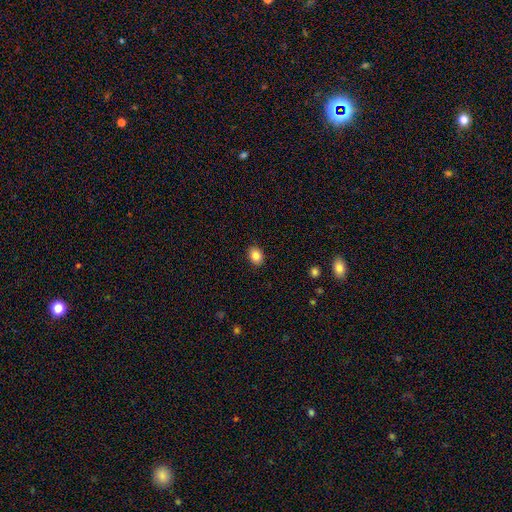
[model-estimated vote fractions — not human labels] A smooth galaxy with no disk features (84%) that is in between round and cigar-shaped (56%).

Vote fractions:
- Smooth or featured? smooth: 84% / star or artifact: 9% / featured or disk: 6%
- How rounded? in between: 56% / round: 43% / cigar-shaped: 1%
- Merging? none: 90% / minor disturbance: 8% / major disturbance: 2% / merger: 1%